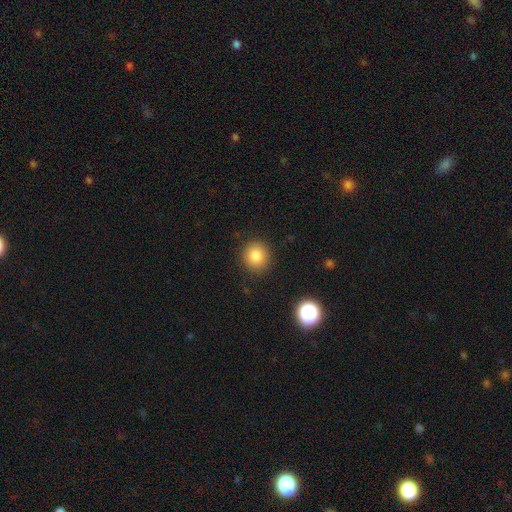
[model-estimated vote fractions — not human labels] A smooth galaxy with no disk features (83%) that is round (88%). Merging: none (90%).